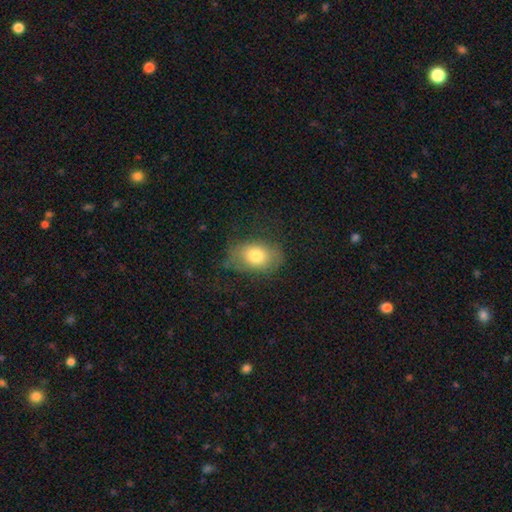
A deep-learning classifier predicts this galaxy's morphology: smooth-or-featured: smooth: 76% | featured or disk: 16% | star or artifact: 9%
  how-rounded: in between: 78% | round: 21% | cigar-shaped: 1%
  merging: none: 65% | minor disturbance: 23% | major disturbance: 11% | merger: 1%